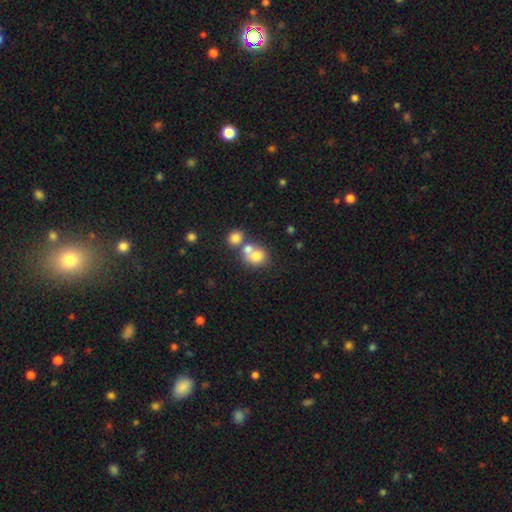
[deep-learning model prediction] smooth-or-featured: smooth: 72% | featured or disk: 17% | star or artifact: 11%
  how-rounded: round: 72% | in between: 27% | cigar-shaped: 1%
  merging: merger: 51% | none: 37% | minor disturbance: 8% | major disturbance: 4%